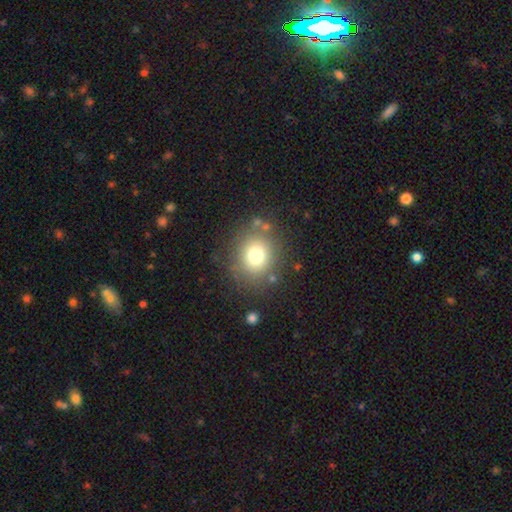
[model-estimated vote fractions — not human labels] A smooth galaxy with no disk features (74%) that is round (83%).

Vote fractions:
- Smooth or featured? smooth: 74% / star or artifact: 14% / featured or disk: 12%
- How rounded? round: 83% / in between: 16% / cigar-shaped: 1%
- Merging? none: 80% / minor disturbance: 10% / major disturbance: 5% / merger: 4%